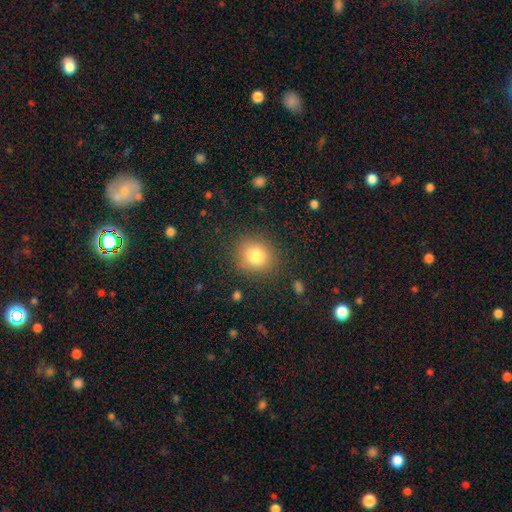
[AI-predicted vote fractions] Smooth or featured: smooth — 80% (star or artifact — 11%)
How rounded: round — 83% (in between — 16%)
Merging: none — 86% (minor disturbance — 9%)